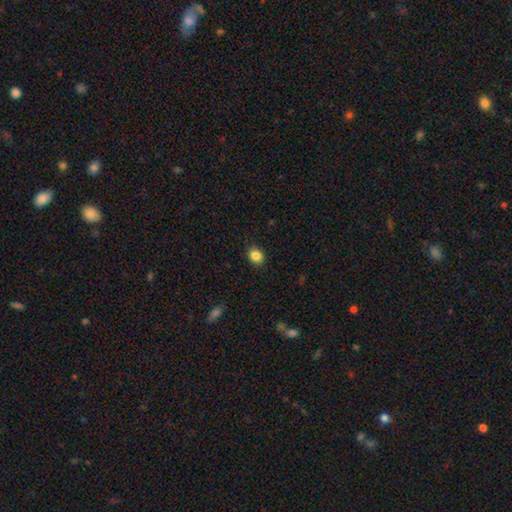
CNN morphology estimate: A smooth galaxy with no disk features (85%) that is round (64%).

Vote fractions:
- Smooth or featured? smooth: 85% / star or artifact: 10% / featured or disk: 5%
- How rounded? round: 64% / in between: 35% / cigar-shaped: 1%
- Merging? none: 89% / minor disturbance: 8% / major disturbance: 2% / merger: 1%